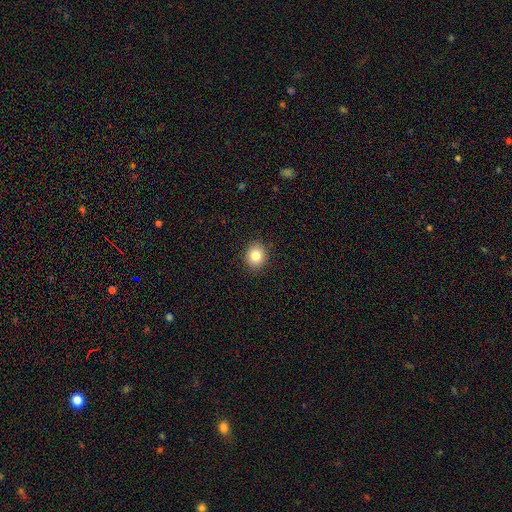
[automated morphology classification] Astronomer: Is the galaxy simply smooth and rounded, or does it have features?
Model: smooth — 83%.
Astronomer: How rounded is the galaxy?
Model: round — 73%.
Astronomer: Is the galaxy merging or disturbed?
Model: none — 91%.